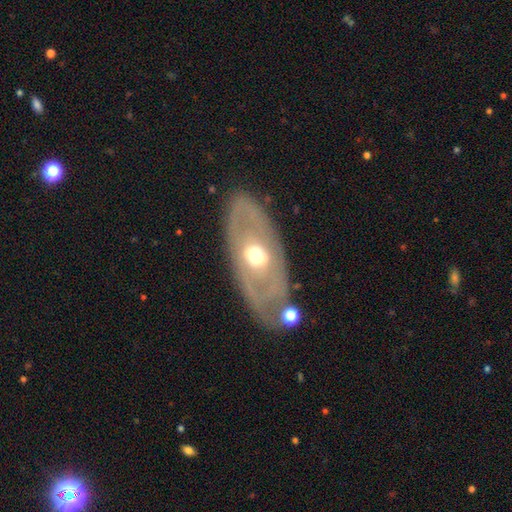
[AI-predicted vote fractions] Smooth or featured?
  - featured or disk: 68% *
  - smooth: 26%
  - star or artifact: 6%
Edge-on disk?
  - no: 86% *
  - yes: 14%
Bar?
  - no: 70% *
  - weak: 21%
  - strong: 9%
Spiral arms?
  - no: 71% *
  - yes: 29%
Bulge size?
  - moderate: 72% *
  - large: 13%
  - small: 12%
  - dominant: 1%
  - none: 1%
Merging?
  - none: 77% *
  - minor disturbance: 13%
  - major disturbance: 7%
  - merger: 3%